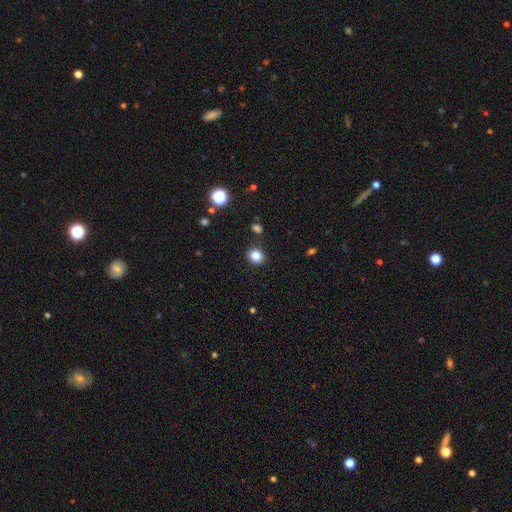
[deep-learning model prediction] This appears to be a smooth galaxy with no disk features (83%) that is round (69%). Merging: none (86%).